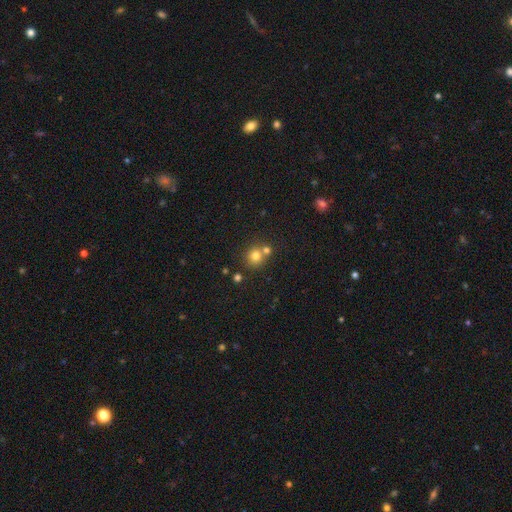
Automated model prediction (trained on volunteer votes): Morphology: type=smooth (76%); roundness=round (89%); merging=none (57%).